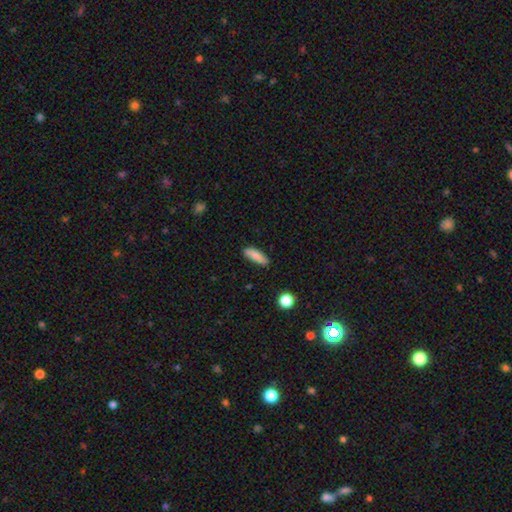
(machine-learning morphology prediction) Overall: smooth (83%). How rounded: cigar-shaped (53%; in between 44%). Merging: none (83%).